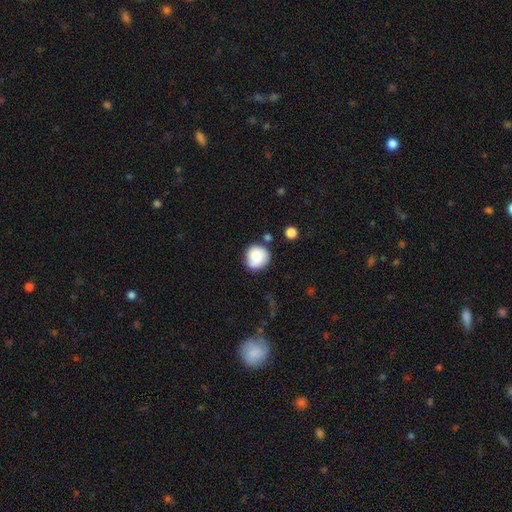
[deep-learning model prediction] Smooth or featured? Predicted: smooth (p=0.77). How rounded? Predicted: round (p=0.84). Merging? Predicted: none (p=0.63).